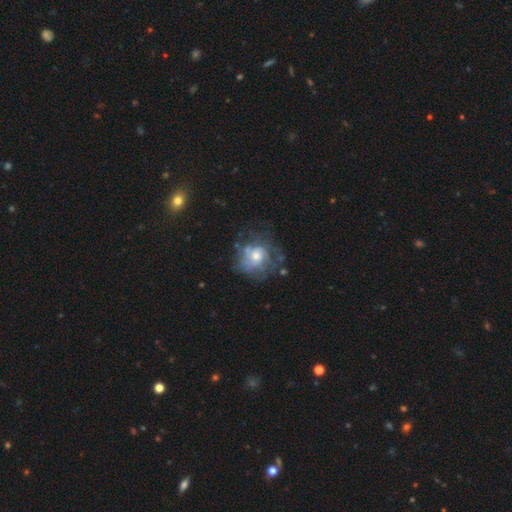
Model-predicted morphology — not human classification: Smooth or featured? Predicted: featured or disk (p=0.66). Edge-on disk? Predicted: no (p=0.97). Bar? Predicted: no (p=0.78). Spiral arms? Predicted: yes (p=0.69). Bulge size? Predicted: moderate (p=0.59). Merging? Predicted: none (p=0.57).